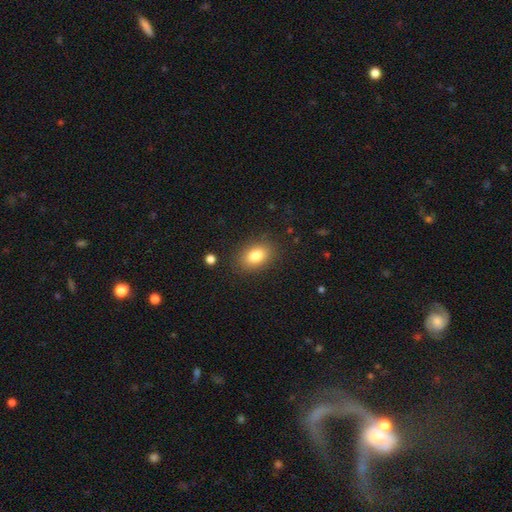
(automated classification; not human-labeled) Smooth or featured? smooth (83%)
How rounded? in between (82%)
Merging? none (85%)